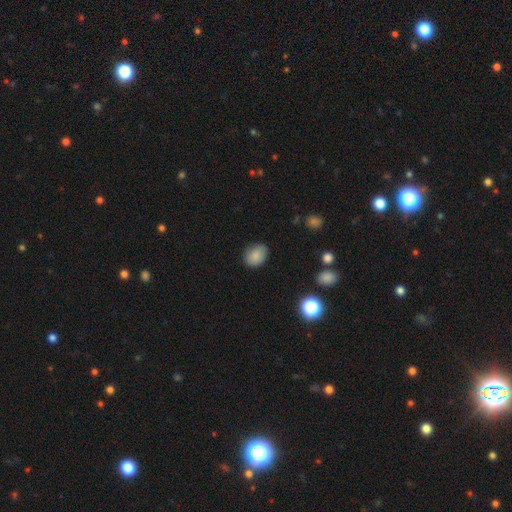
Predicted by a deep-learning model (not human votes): smooth_or_featured: smooth (p=0.83) [alt: star or artifact p=0.09]
how_rounded: in between (p=0.64) [alt: round p=0.35]
merging: none (p=0.79) [alt: minor disturbance p=0.17]